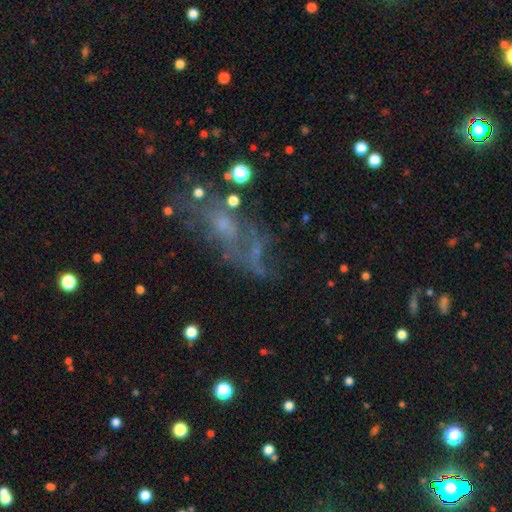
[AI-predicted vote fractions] A featured or disk galaxy (52%).

Vote fractions:
- Smooth or featured? featured or disk: 52% / smooth: 27% / star or artifact: 21%
- Edge-on disk? no: 90% / yes: 10%
- Merging? none: 41% / major disturbance: 30% / minor disturbance: 19% / merger: 9%